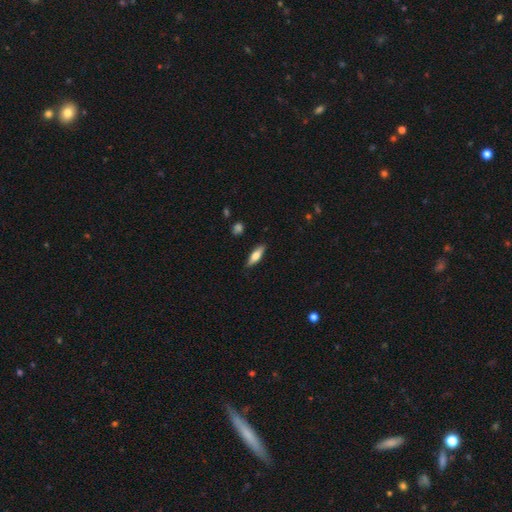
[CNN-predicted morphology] Q: Smooth or featured?
A: smooth (63%); runner-up: featured or disk (31%)
Q: How rounded?
A: cigar-shaped (52%); runner-up: in between (45%)
Q: Merging?
A: none (85%); runner-up: minor disturbance (12%)